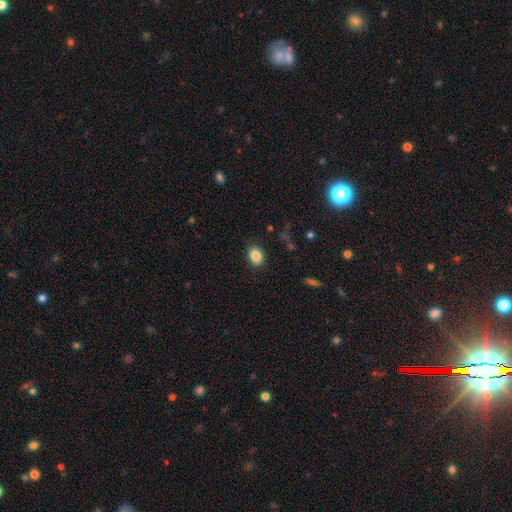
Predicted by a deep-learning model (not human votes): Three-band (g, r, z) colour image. It shows a smooth galaxy with no disk features (86%) that is in between round and cigar-shaped (73%). Merging: none (86%).